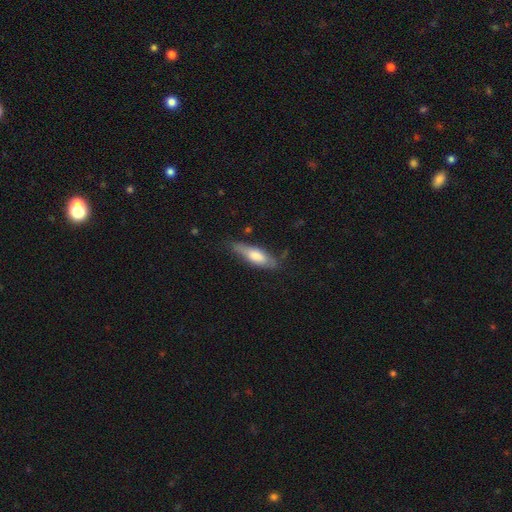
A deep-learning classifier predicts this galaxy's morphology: Q: Smooth or featured?
A: smooth (62%); runner-up: featured or disk (32%)
Q: How rounded?
A: cigar-shaped (60%); runner-up: in between (39%)
Q: Merging?
A: none (66%); runner-up: minor disturbance (26%)